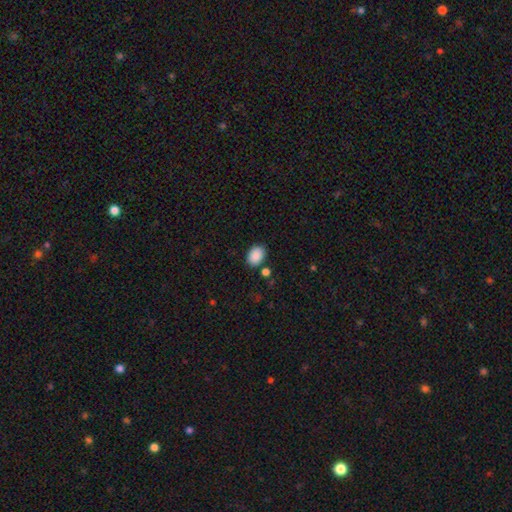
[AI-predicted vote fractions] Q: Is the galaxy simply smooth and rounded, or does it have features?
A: smooth — 89%.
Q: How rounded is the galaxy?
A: in between — 73%.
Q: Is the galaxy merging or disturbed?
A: none — 79%.